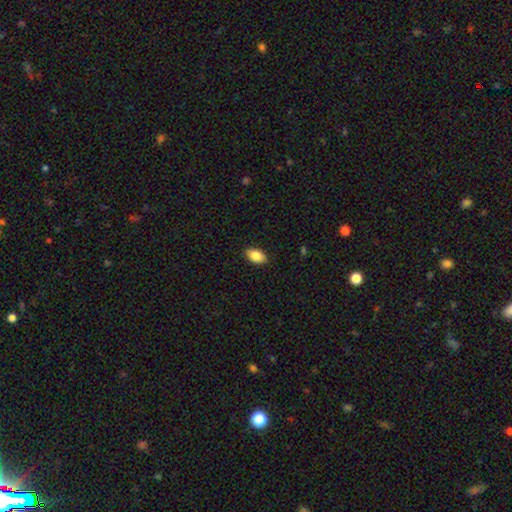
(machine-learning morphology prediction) Q: Smooth or featured?
A: smooth (85%); runner-up: featured or disk (8%)
Q: How rounded?
A: in between (92%); runner-up: round (6%)
Q: Merging?
A: none (89%); runner-up: minor disturbance (8%)